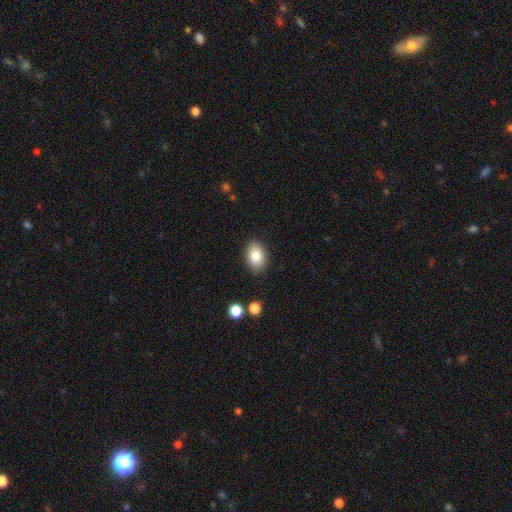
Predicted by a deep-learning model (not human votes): A smooth galaxy with no disk features (83%) that is in between round and cigar-shaped (85%).

Vote fractions:
- Smooth or featured? smooth: 83% / featured or disk: 9% / star or artifact: 8%
- How rounded? in between: 85% / round: 13% / cigar-shaped: 1%
- Merging? none: 88% / minor disturbance: 9% / major disturbance: 2% / merger: 1%